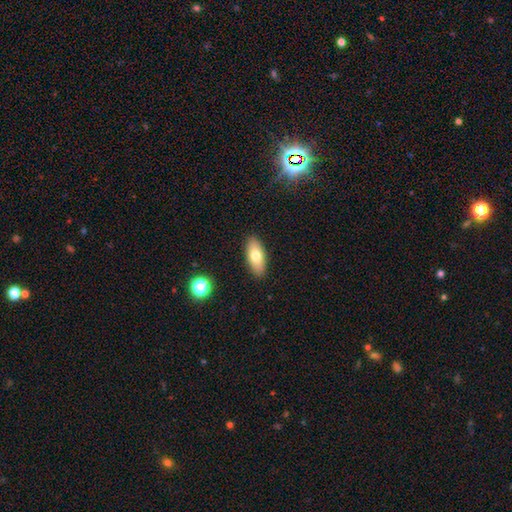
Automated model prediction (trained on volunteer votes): Smooth or featured: smooth — 75% (featured or disk — 18%)
How rounded: in between — 84% (cigar-shaped — 13%)
Merging: none — 89% (minor disturbance — 8%)